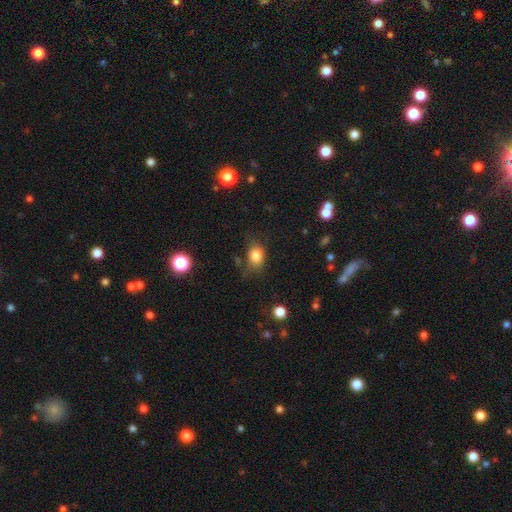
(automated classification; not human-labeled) Smooth or featured: smooth — 81% (star or artifact — 11%)
How rounded: in between — 59% (round — 39%)
Merging: none — 65% (minor disturbance — 24%)